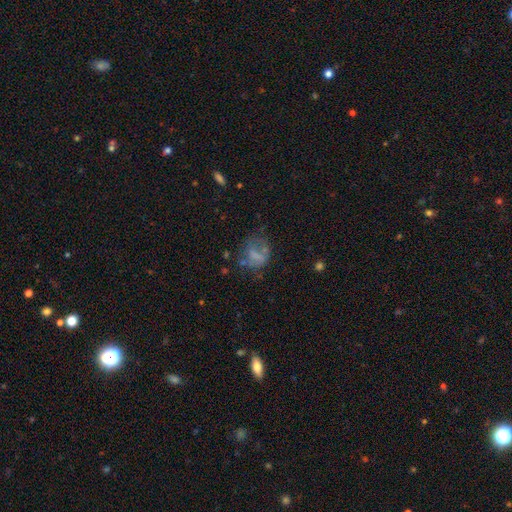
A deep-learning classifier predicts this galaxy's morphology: Smooth or featured?
  - smooth: 53% *
  - featured or disk: 33%
  - star or artifact: 14%
How rounded?
  - round: 55% *
  - in between: 43%
  - cigar-shaped: 2%
Merging?
  - none: 38% *
  - major disturbance: 32%
  - minor disturbance: 24%
  - merger: 7%